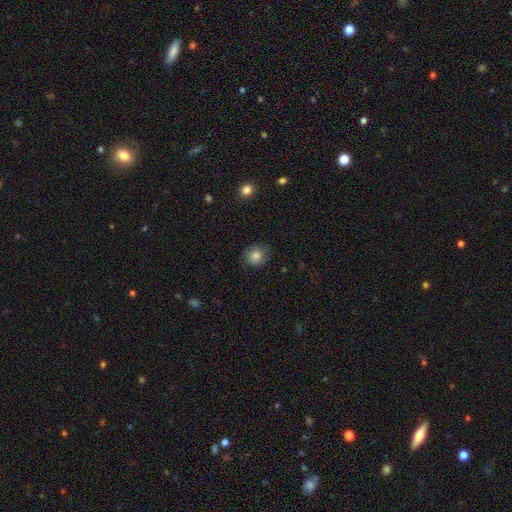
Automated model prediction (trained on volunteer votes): A smooth galaxy with no disk features (81%) that is round (82%). Merging: none (83%).